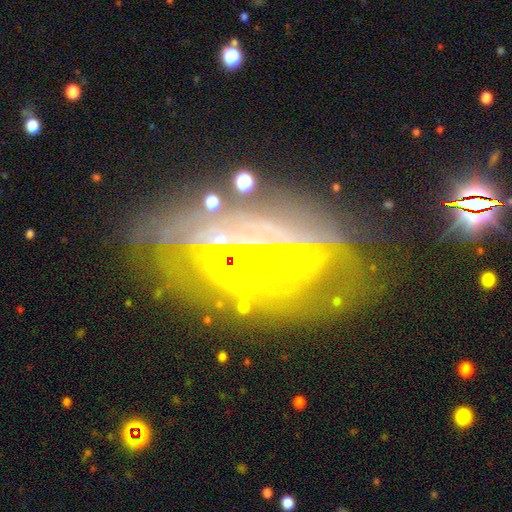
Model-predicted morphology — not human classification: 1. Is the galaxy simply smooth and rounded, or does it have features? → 68% featured or disk, 19% star or artifact, 13% smooth.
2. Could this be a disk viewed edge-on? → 73% no, 27% yes.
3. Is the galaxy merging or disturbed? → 65% none, 18% minor disturbance, 12% major disturbance, 4% merger.